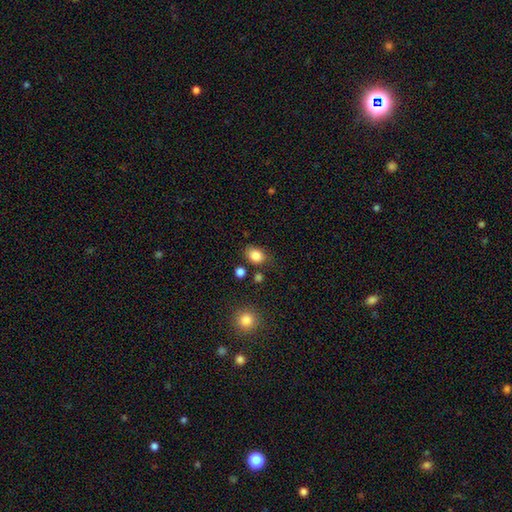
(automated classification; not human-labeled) Smooth or featured: smooth — 84% (star or artifact — 10%)
How rounded: in between — 62% (round — 37%)
Merging: none — 74% (minor disturbance — 16%)